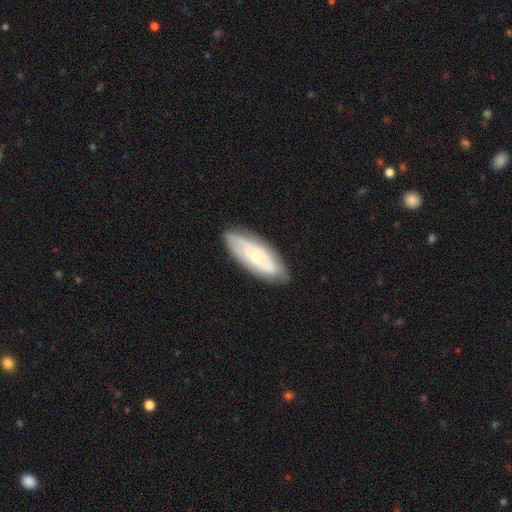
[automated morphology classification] Smooth or featured?
  - featured or disk: 58% *
  - smooth: 35%
  - star or artifact: 6%
Edge-on disk?
  - no: 83% *
  - yes: 17%
Merging?
  - none: 79% *
  - minor disturbance: 16%
  - major disturbance: 4%
  - merger: 1%